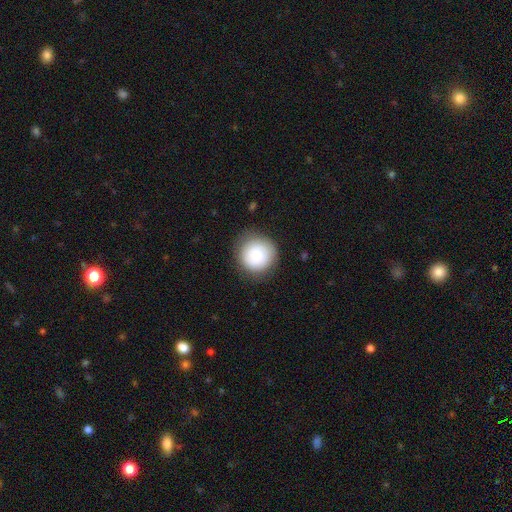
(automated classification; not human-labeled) Morphology: type=smooth (76%); roundness=round (94%); merging=none (82%).